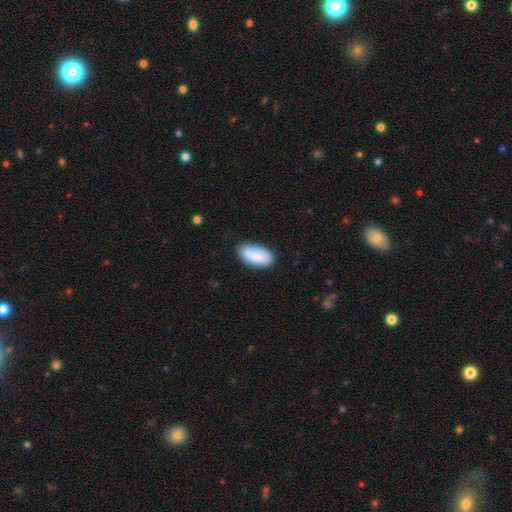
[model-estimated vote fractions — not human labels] Smooth or featured? smooth (80%)
How rounded? in between (93%)
Merging? none (71%)